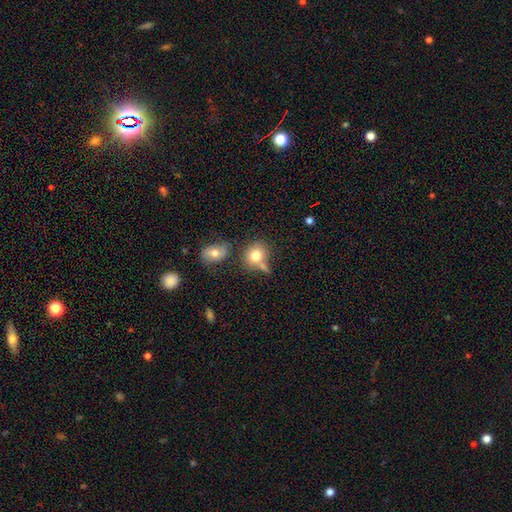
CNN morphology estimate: A smooth galaxy with no disk features (78%) that is round (67%). Merging: none (52%).